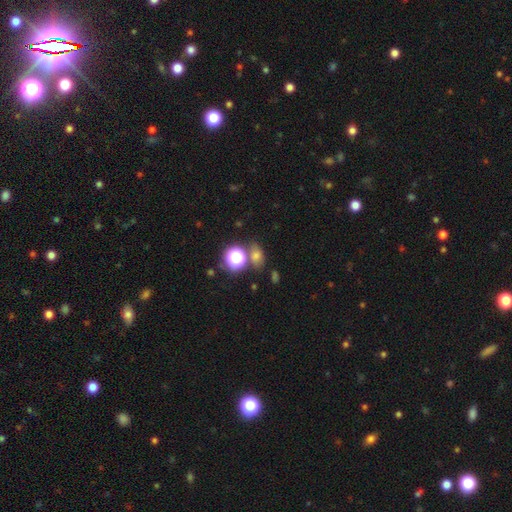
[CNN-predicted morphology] Smooth or featured? Predicted: smooth (p=0.60). How rounded? Predicted: in between (p=0.50). Merging? Predicted: none (p=0.68).